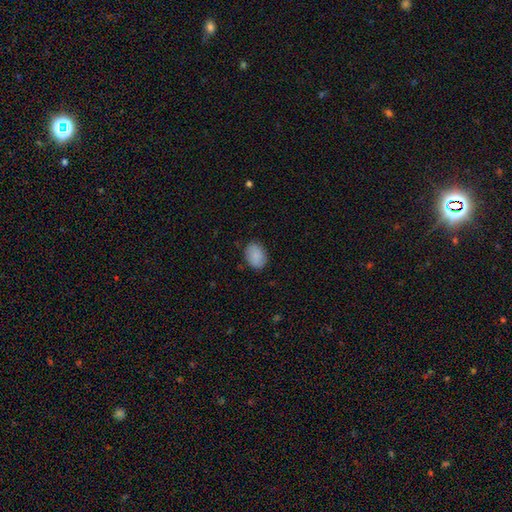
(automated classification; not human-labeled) smooth_or_featured: smooth (p=0.89) [alt: star or artifact p=0.07]
how_rounded: in between (p=0.77) [alt: round p=0.22]
merging: none (p=0.84) [alt: minor disturbance p=0.13]